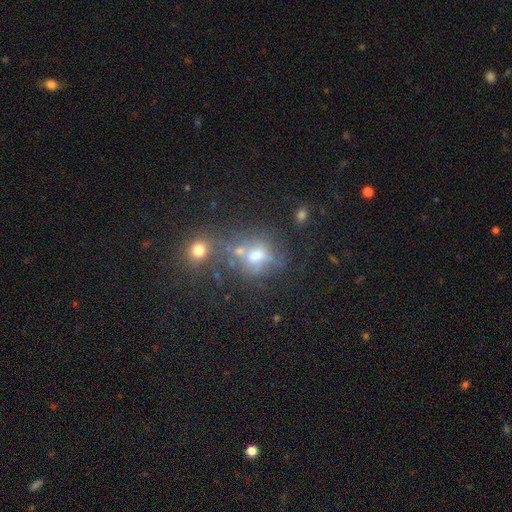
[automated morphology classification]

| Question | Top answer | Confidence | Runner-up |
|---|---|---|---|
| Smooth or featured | smooth | 48% | star or artifact (28%) |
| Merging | merger | 47% | none (33%) |